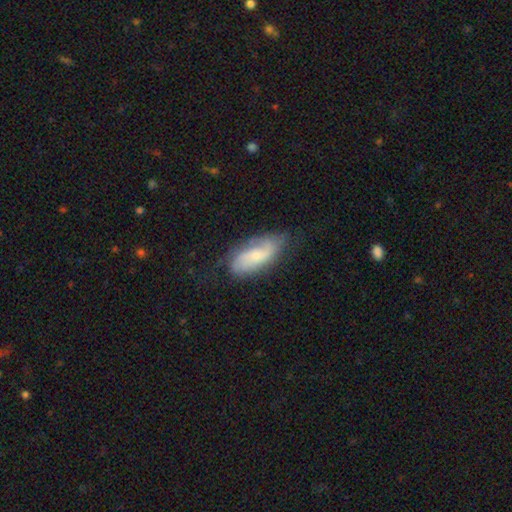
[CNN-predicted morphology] A featured or disk galaxy (53%).

Vote fractions:
- Smooth or featured? featured or disk: 53% / smooth: 40% / star or artifact: 7%
- Edge-on disk? no: 91% / yes: 9%
- Merging? none: 63% / minor disturbance: 25% / major disturbance: 10% / merger: 2%